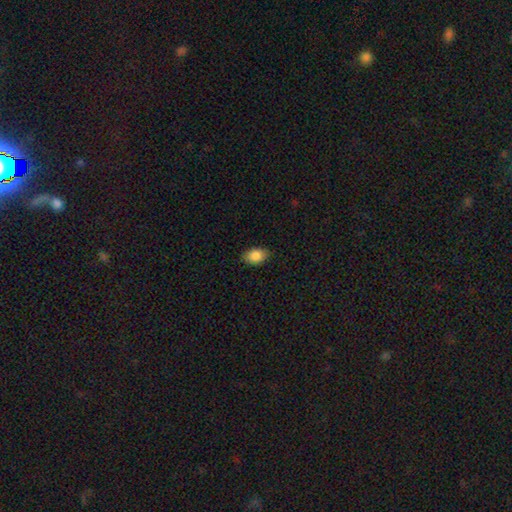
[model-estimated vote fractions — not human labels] Smooth or featured: smooth — 87% (star or artifact — 8%)
How rounded: in between — 84% (round — 15%)
Merging: none — 85% (minor disturbance — 11%)